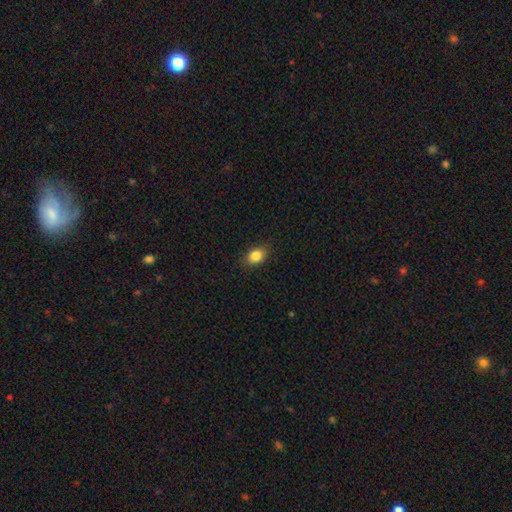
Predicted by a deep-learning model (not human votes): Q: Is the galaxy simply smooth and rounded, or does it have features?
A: smooth — 85%.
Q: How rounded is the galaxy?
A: in between — 74%.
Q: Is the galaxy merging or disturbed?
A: none — 85%.